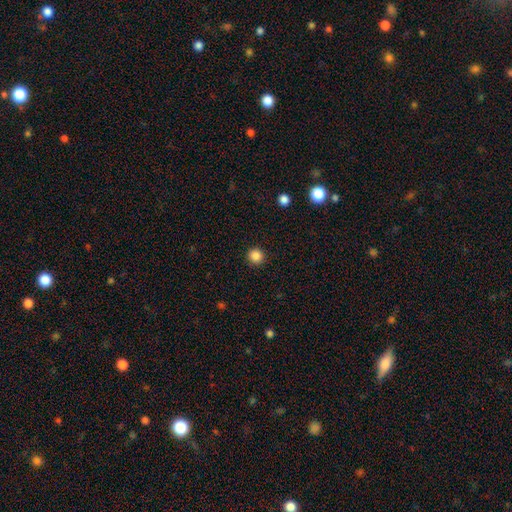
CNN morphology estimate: type=smooth (86%); roundness=round (95%); merging=none (92%).